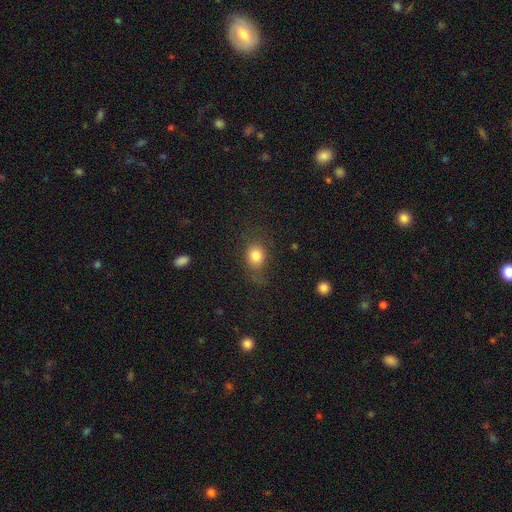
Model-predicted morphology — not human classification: type=smooth (81%); roundness=round (56%); merging=none (66%).